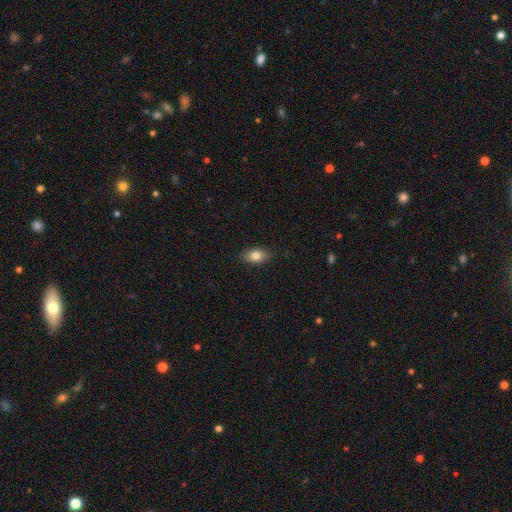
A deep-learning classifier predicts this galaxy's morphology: Overall: smooth (81%). How rounded: in between (88%). Merging: none (86%).